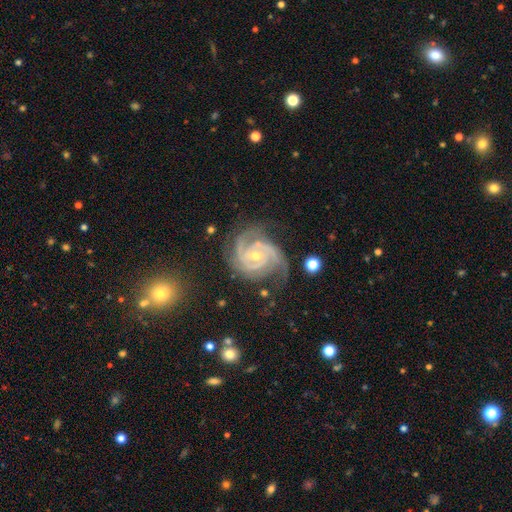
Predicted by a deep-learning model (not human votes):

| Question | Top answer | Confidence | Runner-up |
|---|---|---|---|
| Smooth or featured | featured or disk | 92% | star or artifact (5%) |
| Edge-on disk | no | 98% | yes (2%) |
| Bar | no | 54% | weak (31%) |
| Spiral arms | yes | 99% | no (1%) |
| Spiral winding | tight | 65% | medium (31%) |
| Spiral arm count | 3 | 49% | 2 (25%) |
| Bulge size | small | 55% | moderate (42%) |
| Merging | none | 66% | minor disturbance (22%) |